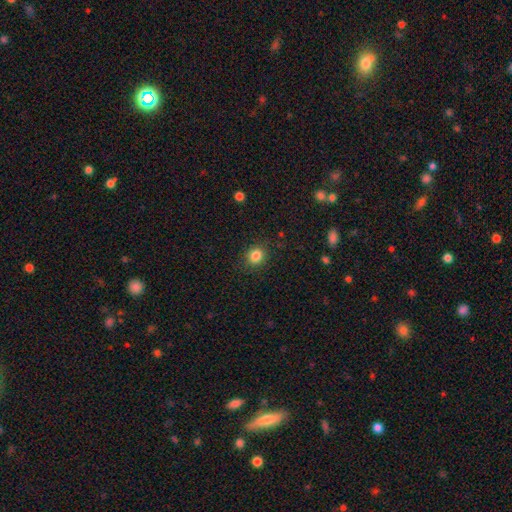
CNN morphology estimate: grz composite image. It shows a smooth galaxy with no disk features (84%) that is round (77%). Merging: none (88%).